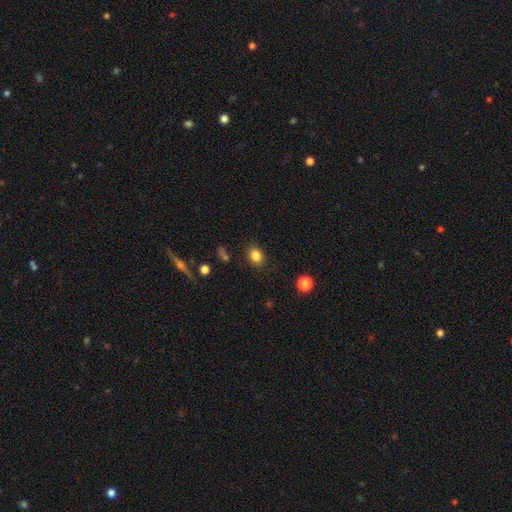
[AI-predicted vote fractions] This appears to be a smooth galaxy with no disk features (83%) that is in between round and cigar-shaped (60%). Merging: none (85%).